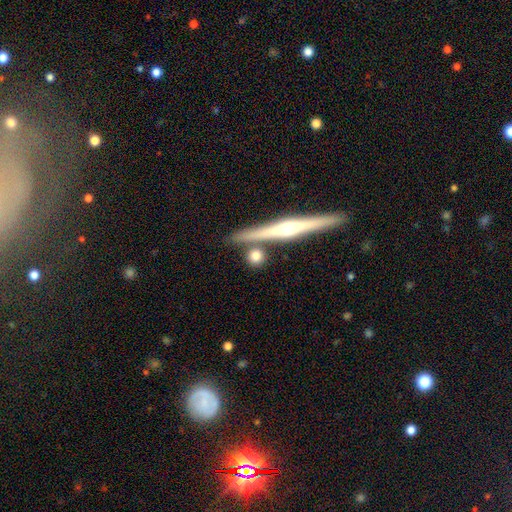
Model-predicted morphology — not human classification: A smooth galaxy with no disk features (68%) that is round (68%). Merging: none (73%).